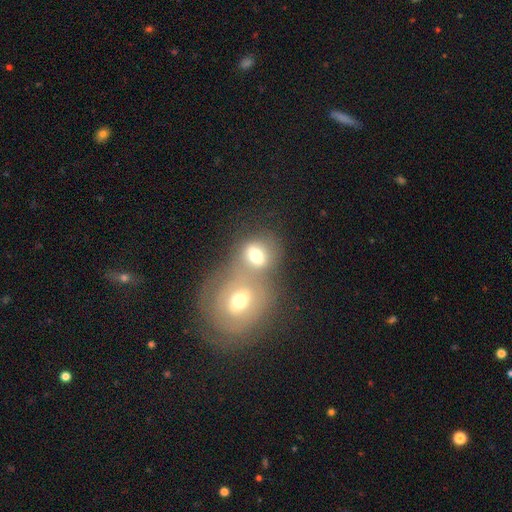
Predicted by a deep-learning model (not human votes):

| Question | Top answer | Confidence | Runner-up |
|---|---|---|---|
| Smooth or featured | smooth | 63% | featured or disk (26%) |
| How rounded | round | 52% | in between (47%) |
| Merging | merger | 64% | none (24%) |